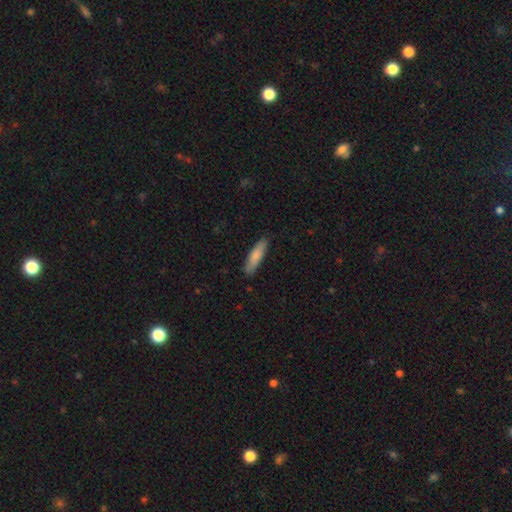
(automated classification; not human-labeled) Smooth or featured: smooth — 81% (featured or disk — 13%)
How rounded: cigar-shaped — 70% (in between — 28%)
Merging: none — 84% (minor disturbance — 12%)